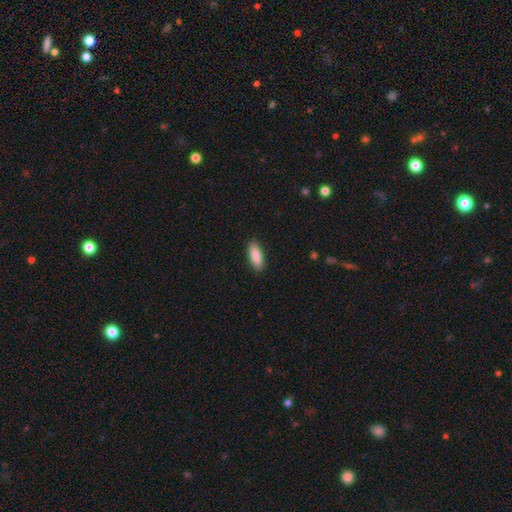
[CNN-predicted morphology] type=smooth (89%); roundness=in between (68%); merging=none (88%).